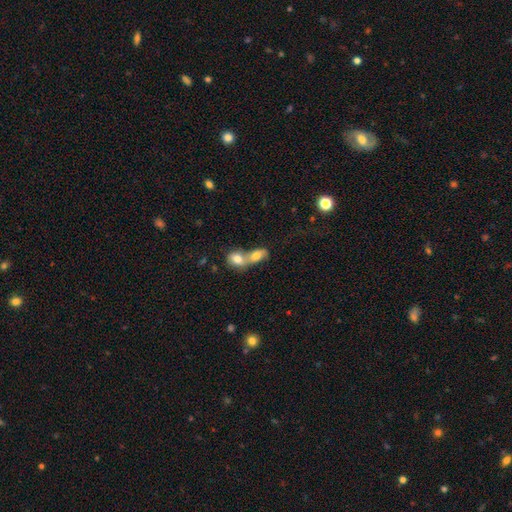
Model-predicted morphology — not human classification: This is likely a smooth galaxy (76%). How rounded: likely in between (72%). Merging: likely merger (78%).